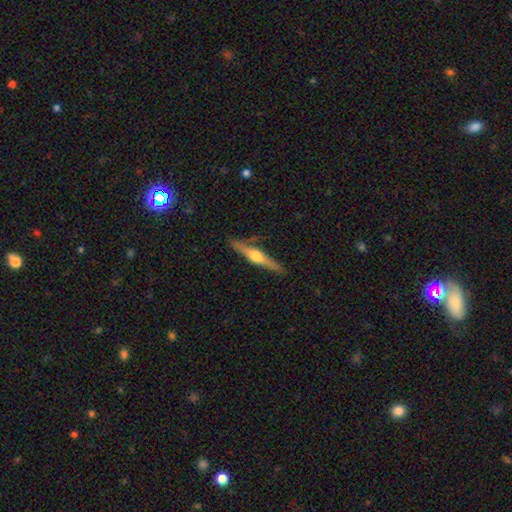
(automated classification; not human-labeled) This is likely a featured or disk galaxy (71%). It is clearly viewed edge-on (97%). Edge-on bulge: clearly rounded (92%). Merging: clearly none (83%).